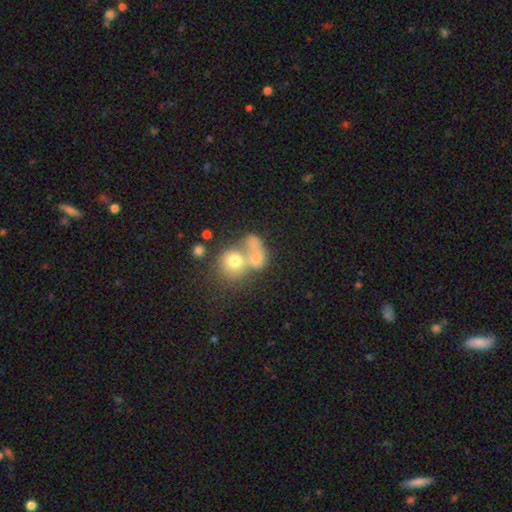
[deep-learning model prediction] A smooth galaxy with no disk features (63%) that is round (54%).

Vote fractions:
- Smooth or featured? smooth: 63% / featured or disk: 24% / star or artifact: 13%
- How rounded? round: 54% / in between: 44% / cigar-shaped: 2%
- Merging? merger: 61% / none: 18% / major disturbance: 13% / minor disturbance: 8%